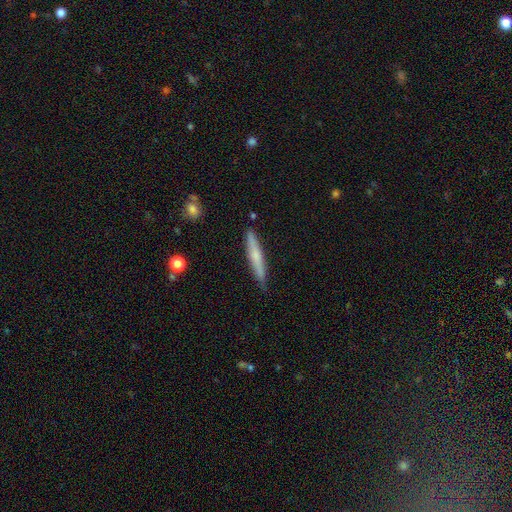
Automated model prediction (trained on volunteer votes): The model was most divided on "smooth or featured": smooth: 56%, featured or disk: 38%, star or artifact: 6%. More confident: how rounded — cigar-shaped (94%); merging — none (87%).